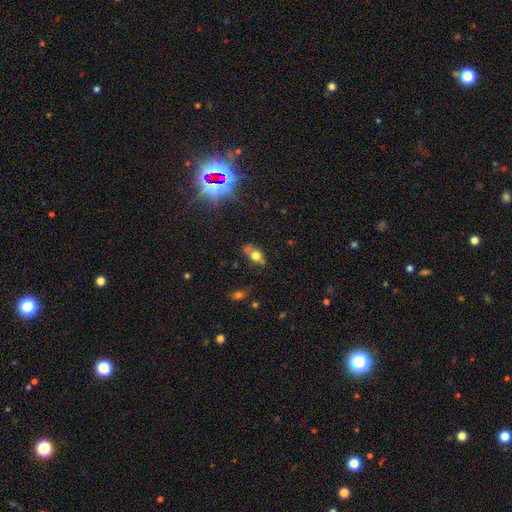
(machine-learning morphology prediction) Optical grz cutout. It shows a smooth galaxy with no disk features (63%) that is in between round and cigar-shaped (60%). Merging: none (49%).